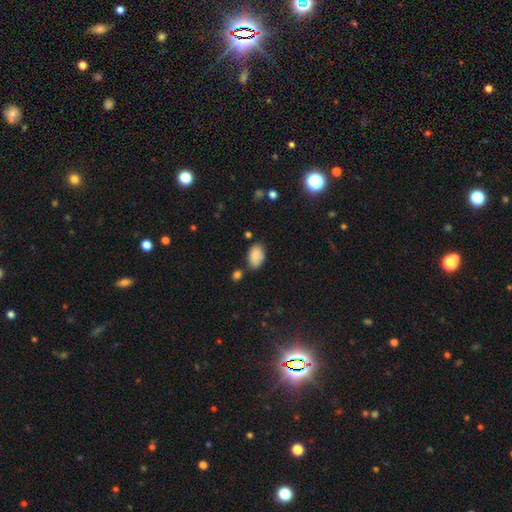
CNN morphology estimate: This appears to be a smooth galaxy with no disk features (88%) that is in between round and cigar-shaped (91%). Merging: none (73%).